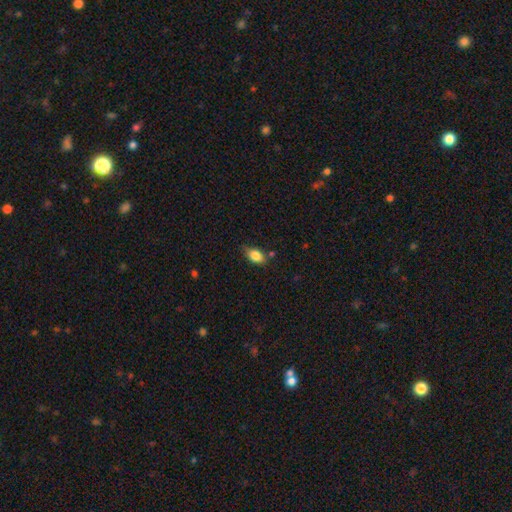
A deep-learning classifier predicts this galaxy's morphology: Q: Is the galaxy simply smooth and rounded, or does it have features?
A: smooth — 79%.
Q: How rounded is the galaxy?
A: in between — 85%.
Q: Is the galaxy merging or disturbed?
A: none — 67%.